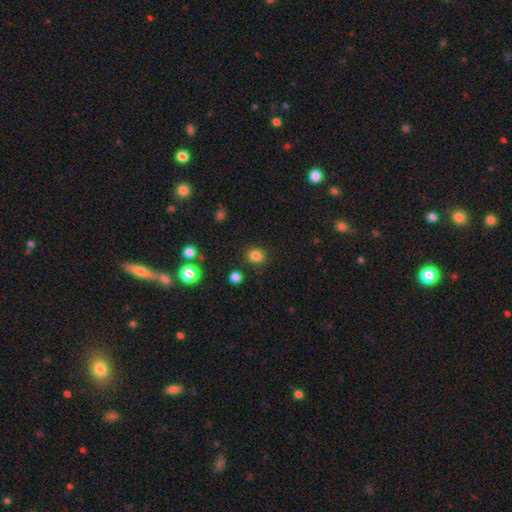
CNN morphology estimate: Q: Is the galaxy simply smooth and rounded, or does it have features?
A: smooth — 83%.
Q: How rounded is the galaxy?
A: round — 89%.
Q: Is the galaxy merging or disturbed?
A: none — 87%.